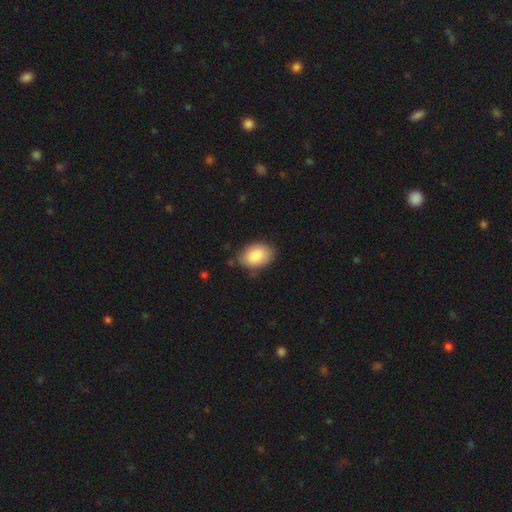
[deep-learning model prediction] Smooth or featured? Predicted: smooth (p=0.84). How rounded? Predicted: in between (p=0.86). Merging? Predicted: none (p=0.77).